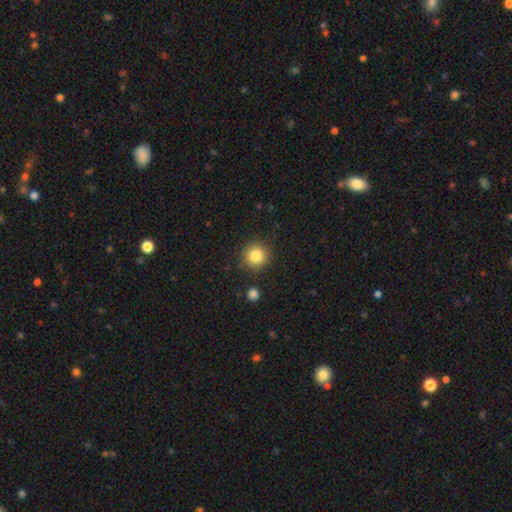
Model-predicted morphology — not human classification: smooth_or_featured: smooth (p=0.83) [alt: star or artifact p=0.11]
how_rounded: round (p=0.94) [alt: in between p=0.05]
merging: none (p=0.88) [alt: minor disturbance p=0.07]